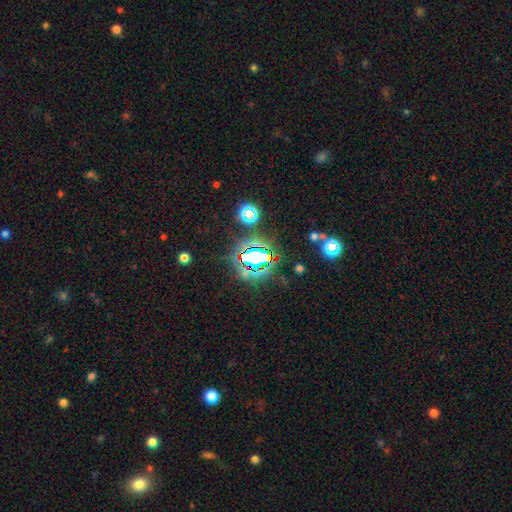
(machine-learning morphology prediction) Smooth or featured? star or artifact (71%)